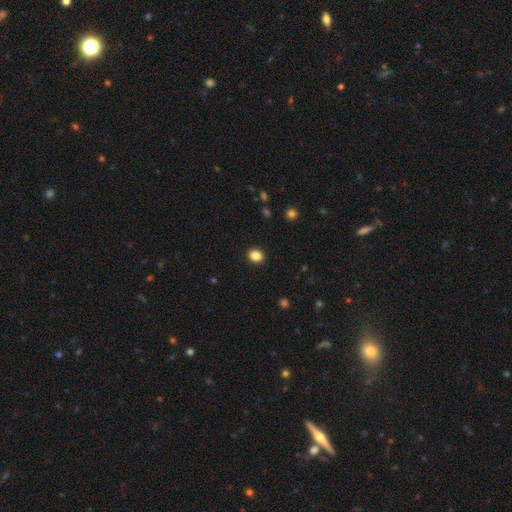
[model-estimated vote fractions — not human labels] smooth_or_featured: smooth (p=0.86) [alt: star or artifact p=0.10]
how_rounded: round (p=0.70) [alt: in between p=0.29]
merging: none (p=0.91) [alt: minor disturbance p=0.06]